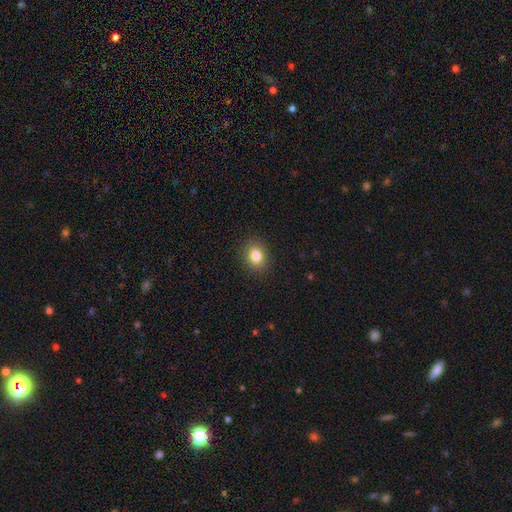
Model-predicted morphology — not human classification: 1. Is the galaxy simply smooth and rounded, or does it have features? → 82% smooth, 11% star or artifact, 7% featured or disk.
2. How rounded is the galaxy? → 59% round, 40% in between, 1% cigar-shaped.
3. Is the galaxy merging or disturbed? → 89% none, 7% minor disturbance, 2% major disturbance, 1% merger.